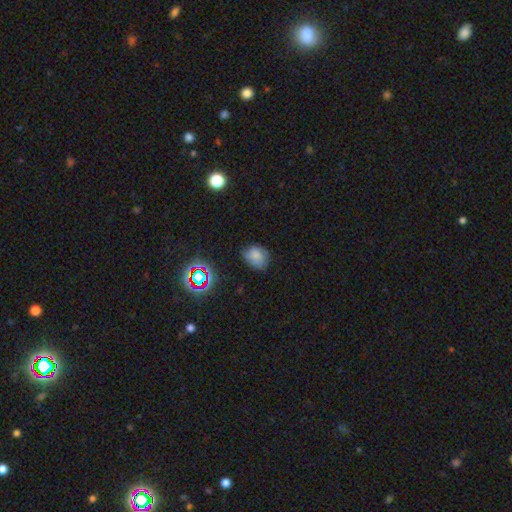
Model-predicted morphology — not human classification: smooth_or_featured: smooth (p=0.67) [alt: featured or disk p=0.17]
how_rounded: round (p=0.57) [alt: in between p=0.41]
merging: none (p=0.60) [alt: minor disturbance p=0.29]